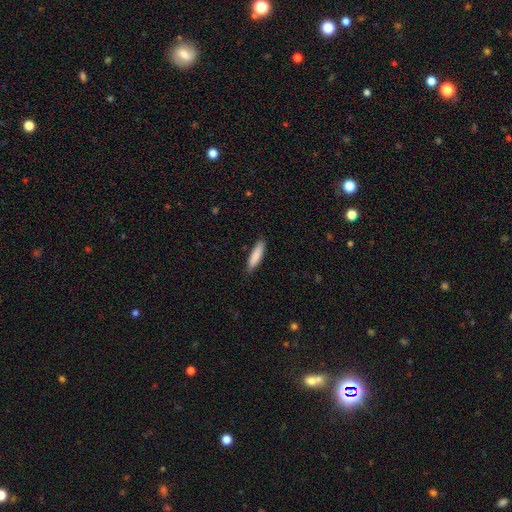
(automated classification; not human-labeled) The model was most divided on "how rounded": cigar-shaped: 75%, in between: 24%, round: 1%. More confident: merging — none (87%); smooth or featured — smooth (85%).